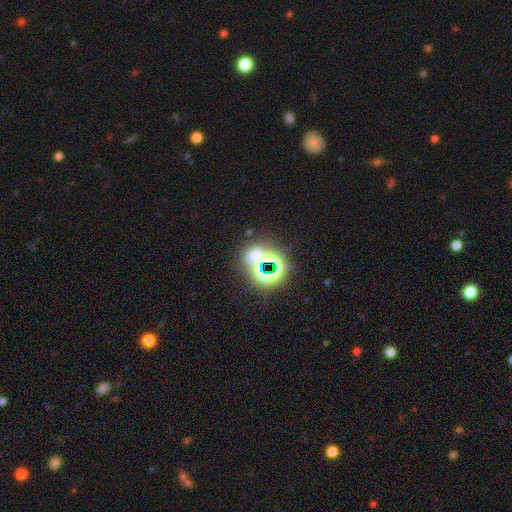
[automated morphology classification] Overall: star or artifact (58%; smooth 30%).